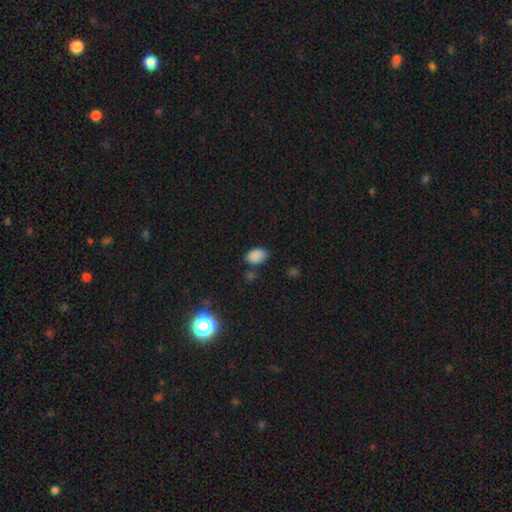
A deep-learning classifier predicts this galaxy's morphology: Smooth or featured? smooth (86%)
How rounded? in between (91%)
Merging? none (79%)